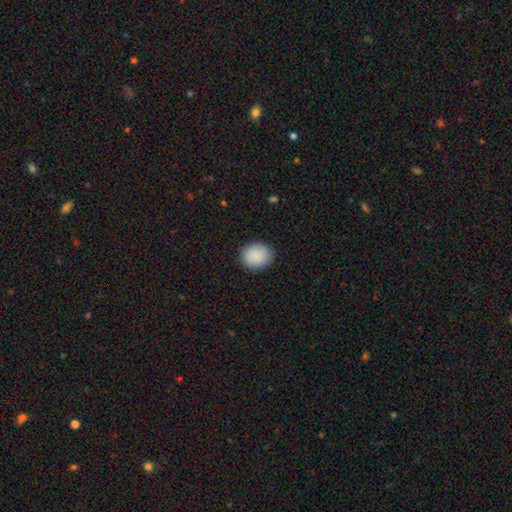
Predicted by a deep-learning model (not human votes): Morphology: type=smooth (90%); roundness=round (63%); merging=none (88%).